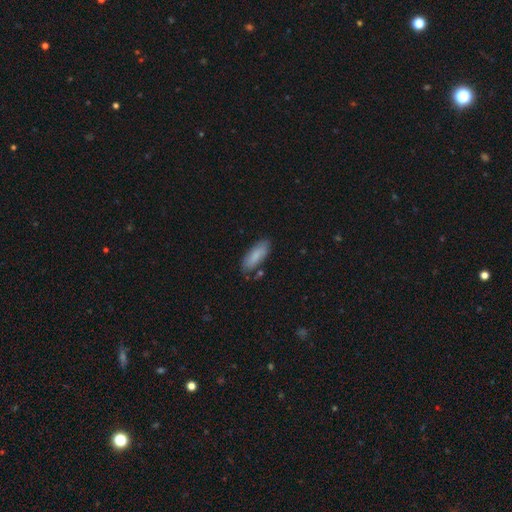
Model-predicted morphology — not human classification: Smooth or featured?
  - smooth: 83% *
  - featured or disk: 11%
  - star or artifact: 6%
How rounded?
  - in between: 69% *
  - cigar-shaped: 29%
  - round: 2%
Merging?
  - none: 77% *
  - minor disturbance: 16%
  - merger: 3%
  - major disturbance: 3%